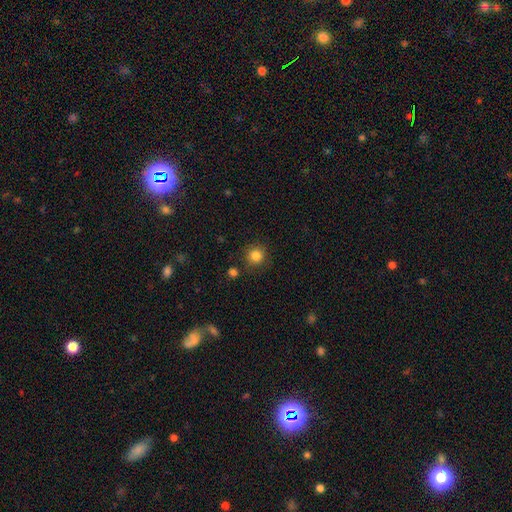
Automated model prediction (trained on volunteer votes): Smooth or featured: smooth — 84% (star or artifact — 11%)
How rounded: round — 92% (in between — 7%)
Merging: none — 86% (minor disturbance — 8%)